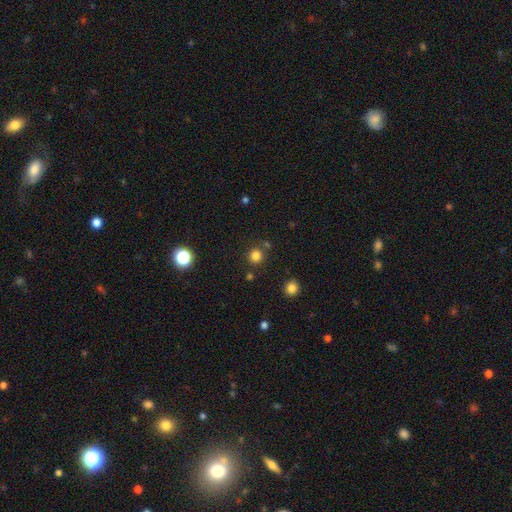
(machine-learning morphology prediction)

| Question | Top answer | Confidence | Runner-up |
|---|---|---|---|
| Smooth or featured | smooth | 80% | star or artifact (15%) |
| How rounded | round | 92% | in between (7%) |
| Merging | none | 81% | merger (8%) |